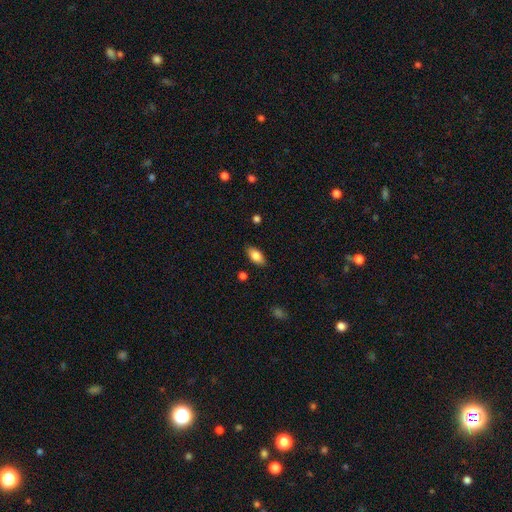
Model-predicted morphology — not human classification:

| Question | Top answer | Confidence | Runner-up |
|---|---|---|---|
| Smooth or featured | smooth | 83% | featured or disk (10%) |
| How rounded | in between | 91% | cigar-shaped (6%) |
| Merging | none | 86% | minor disturbance (10%) |